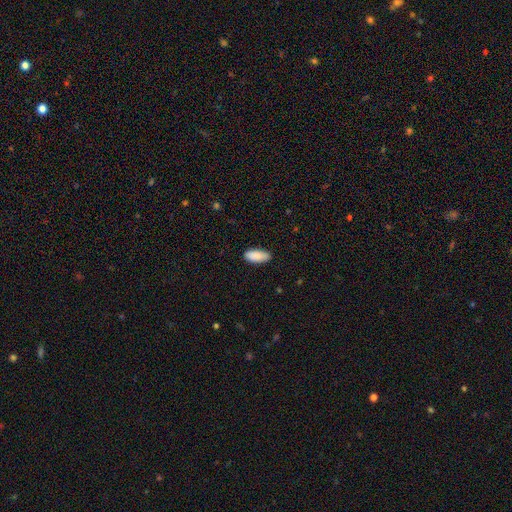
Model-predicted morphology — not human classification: smooth 90%, star or artifact 6%, featured or disk 5%. Down the decision tree: how rounded — in between (85%); merging — none (85%).